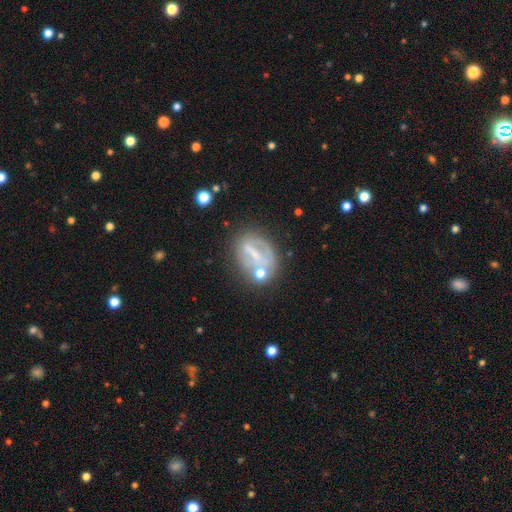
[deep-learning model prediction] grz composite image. It shows a featured or disk galaxy (58%) with a strong bar (54%), no spiral arms (68%) and no central bulge (44%). Merging: none (55%).